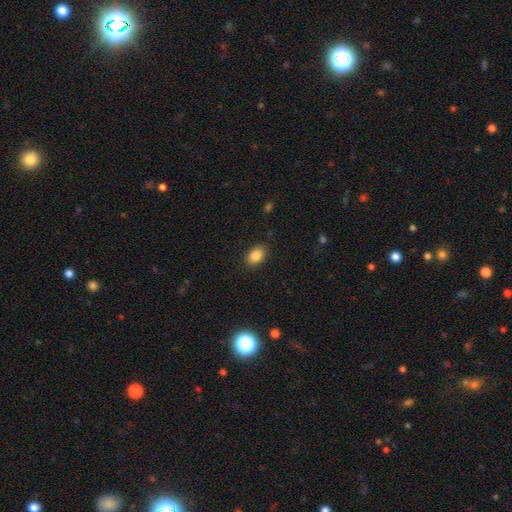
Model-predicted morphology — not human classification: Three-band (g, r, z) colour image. It shows a smooth galaxy with no disk features (85%) that is in between round and cigar-shaped (83%). Merging: none (88%).